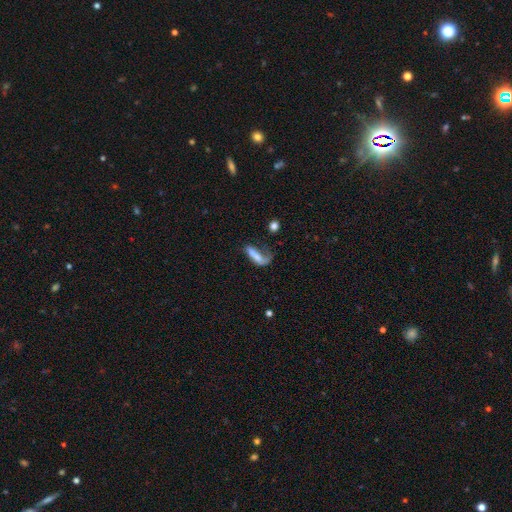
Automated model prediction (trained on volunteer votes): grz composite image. It shows a smooth galaxy with no disk features (59%) that is cigar-shaped (51%). Merging: major disturbance (44%).